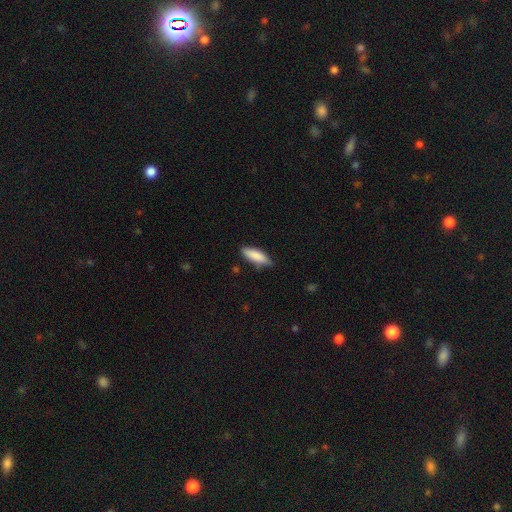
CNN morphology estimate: Overall: smooth (86%). How rounded: in between (58%; cigar-shaped 41%). Merging: none (77%).